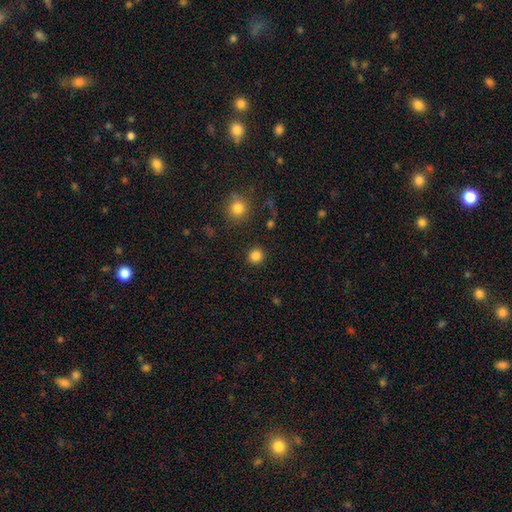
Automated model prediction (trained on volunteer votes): Q: Smooth or featured?
A: smooth (85%); runner-up: star or artifact (12%)
Q: How rounded?
A: round (93%); runner-up: in between (6%)
Q: Merging?
A: none (91%); runner-up: minor disturbance (5%)